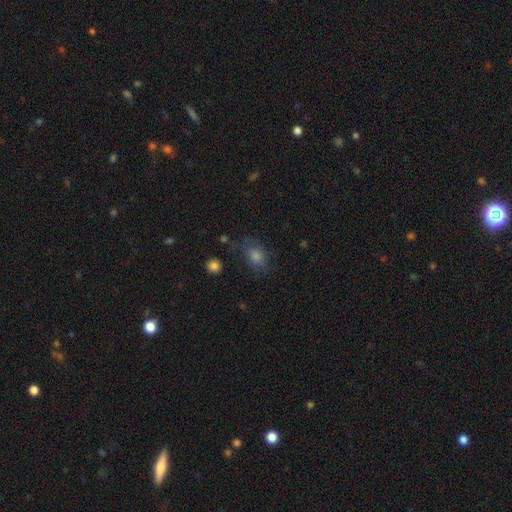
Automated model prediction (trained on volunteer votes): Morphology: type=smooth (65%); roundness=in between (65%); merging=none (69%).